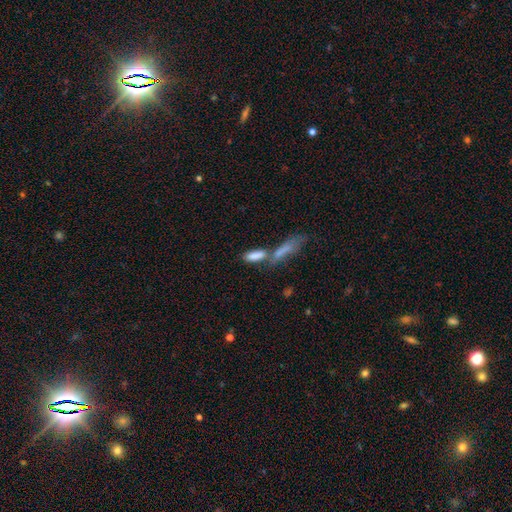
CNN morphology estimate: A smooth galaxy with no disk features (80%) that is in between round and cigar-shaped (56%). Merging: merger (57%).